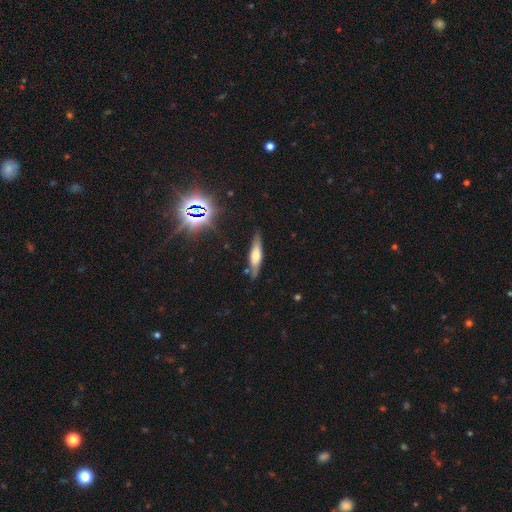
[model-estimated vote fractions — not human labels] A featured or disk galaxy (47%). Merging: none (81%).